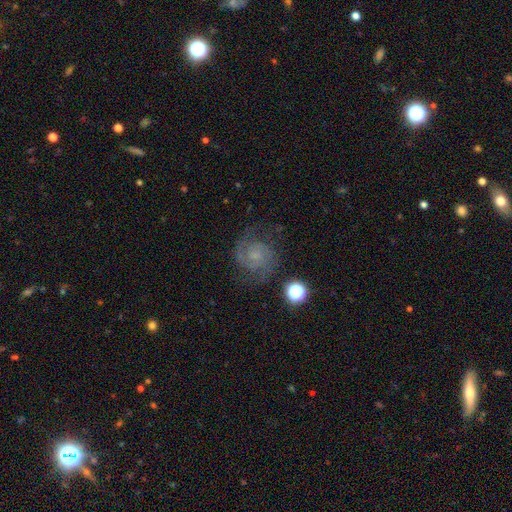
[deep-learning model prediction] A featured or disk galaxy (78%) with no bar (64%), 2 (75%) tight (50%) spiral arms (96%) and a small central bulge (57%).

Vote fractions:
- Smooth or featured? featured or disk: 78% / smooth: 12% / star or artifact: 10%
- Edge-on disk? no: 98% / yes: 2%
- Bar? no: 64% / weak: 31% / strong: 5%
- Spiral arms? yes: 96% / no: 4%
- Spiral winding? tight: 50% / medium: 40% / loose: 10%
- Spiral arm count? 2: 75% / can't tell: 11% / 3: 7% / 1: 3% / 4: 2% / more than 4: 2%
- Bulge size? small: 57% / none: 22% / moderate: 18% / large: 2% / dominant: 1%
- Merging? none: 73% / minor disturbance: 15% / major disturbance: 9% / merger: 2%